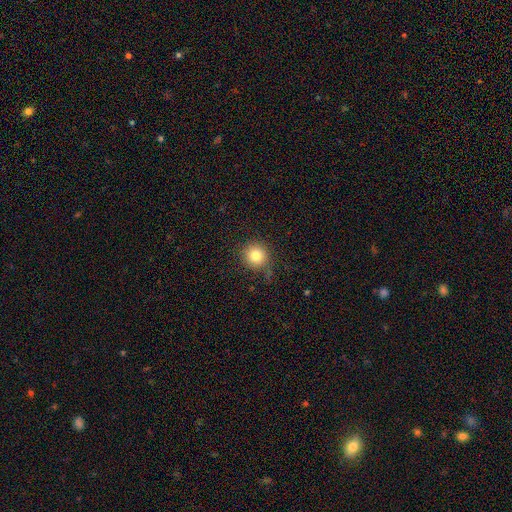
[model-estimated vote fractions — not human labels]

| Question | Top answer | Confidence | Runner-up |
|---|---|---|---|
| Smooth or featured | smooth | 80% | star or artifact (12%) |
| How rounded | round | 94% | in between (5%) |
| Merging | none | 80% | minor disturbance (14%) |